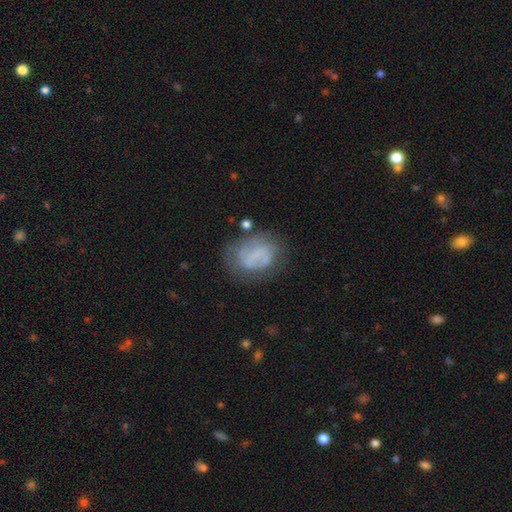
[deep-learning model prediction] Q: Smooth or featured?
A: featured or disk (46%); runner-up: smooth (44%)
Q: Merging?
A: none (57%); runner-up: minor disturbance (23%)